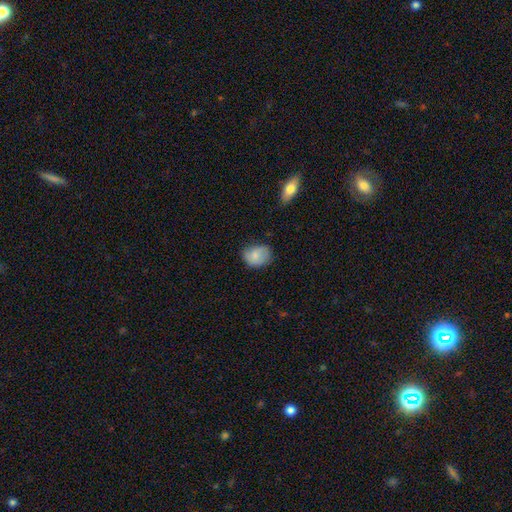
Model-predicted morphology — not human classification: Smooth or featured? Predicted: smooth (p=0.79). How rounded? Predicted: in between (p=0.57). Merging? Predicted: none (p=0.65).